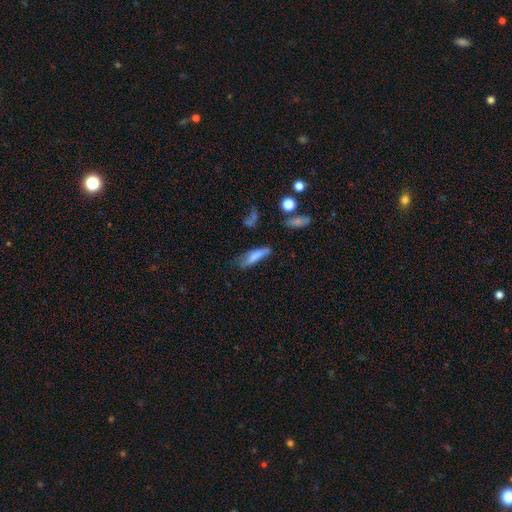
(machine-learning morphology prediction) Smooth or featured?
  - smooth: 71% *
  - featured or disk: 20%
  - star or artifact: 9%
How rounded?
  - cigar-shaped: 70% *
  - in between: 28%
  - round: 2%
Merging?
  - none: 46% *
  - minor disturbance: 30%
  - major disturbance: 16%
  - merger: 8%